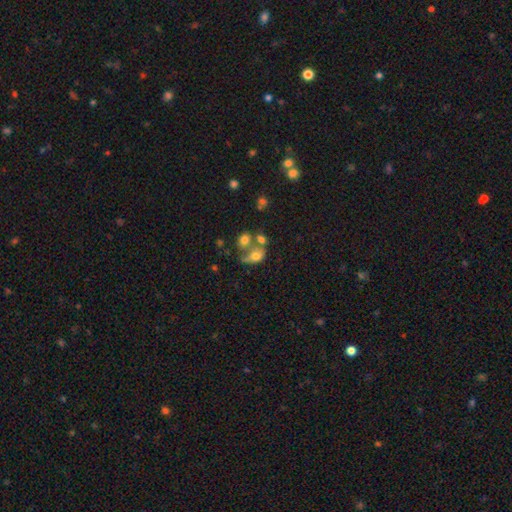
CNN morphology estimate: The model was most divided on "merging": merger: 50%, none: 20%, major disturbance: 17%, minor disturbance: 13%. More confident: how rounded — in between (66%); smooth or featured — smooth (66%).